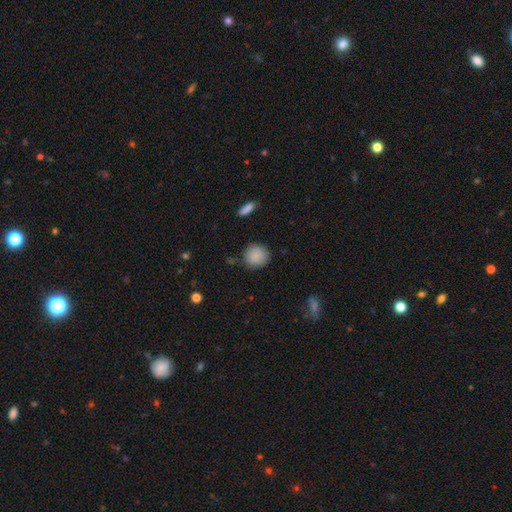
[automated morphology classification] Smooth or featured? Predicted: smooth (p=0.88). How rounded? Predicted: round (p=0.91). Merging? Predicted: none (p=0.85).